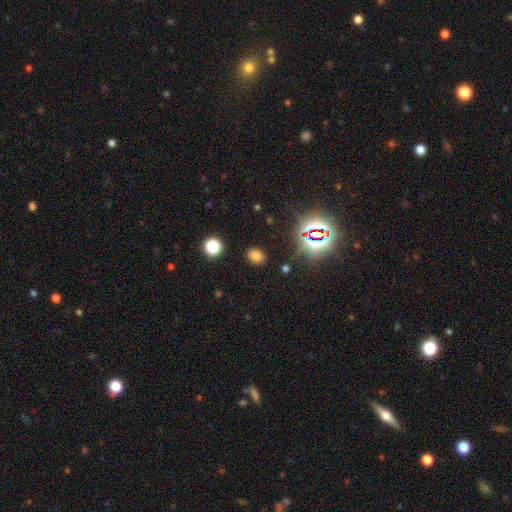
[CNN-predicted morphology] Q: Smooth or featured?
A: smooth (71%); runner-up: star or artifact (23%)
Q: How rounded?
A: in between (66%); runner-up: round (33%)
Q: Merging?
A: none (86%); runner-up: minor disturbance (9%)